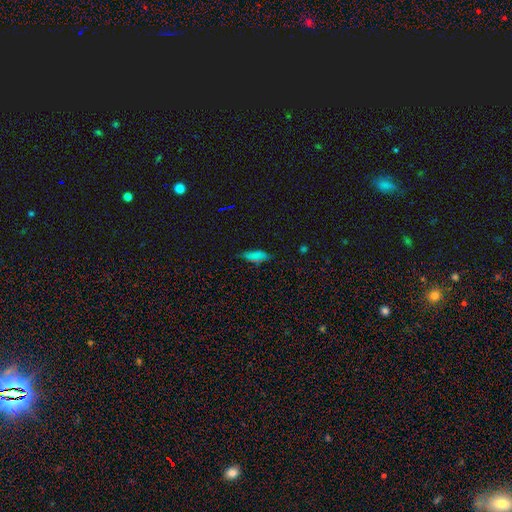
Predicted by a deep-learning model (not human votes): This appears to be a smooth galaxy with no disk features (67%) that is in between round and cigar-shaped (72%). Merging: none (68%).